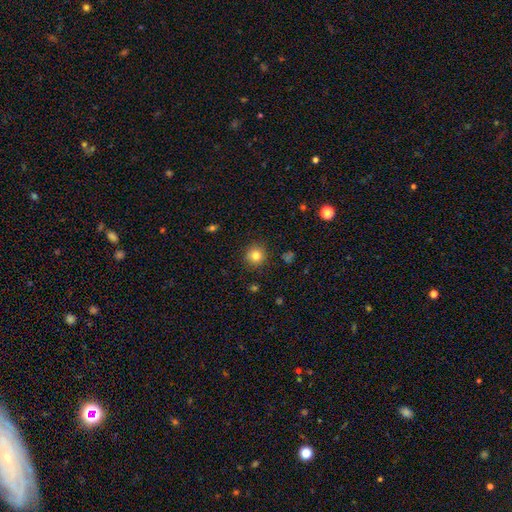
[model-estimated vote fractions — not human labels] A smooth galaxy with no disk features (82%) that is round (93%). Merging: none (89%).